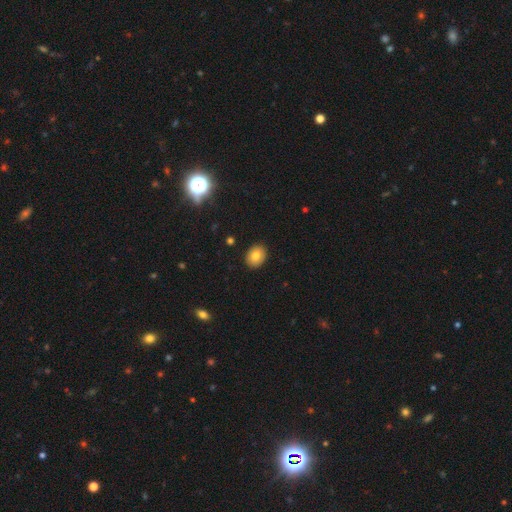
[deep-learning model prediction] Smooth or featured? Predicted: smooth (p=0.80). How rounded? Predicted: in between (p=0.60). Merging? Predicted: none (p=0.90).